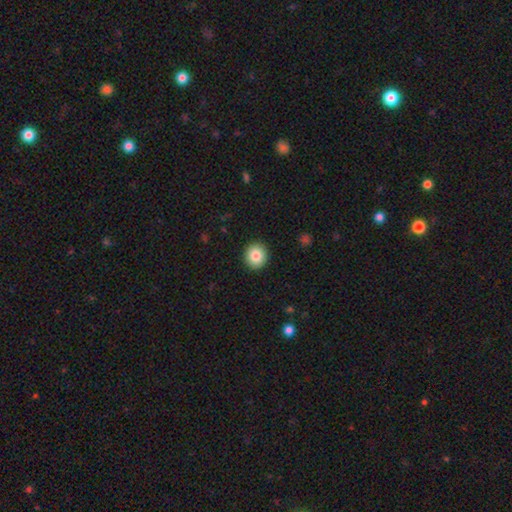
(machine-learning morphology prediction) Overall: smooth (84%). How rounded: round (87%). Merging: none (92%).